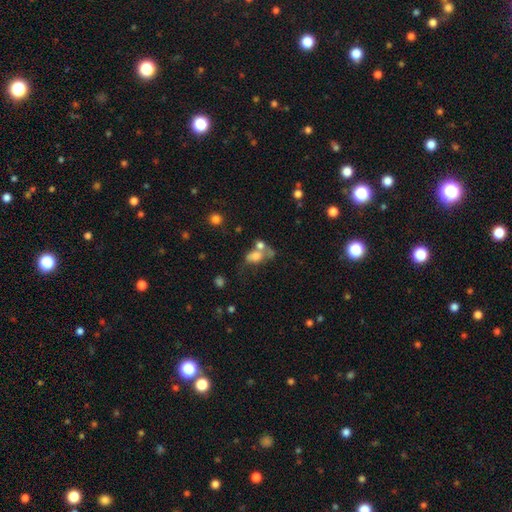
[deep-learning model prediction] Smooth or featured: smooth — 66% (featured or disk — 20%)
How rounded: in between — 76% (round — 21%)
Merging: merger — 50% (none — 20%)